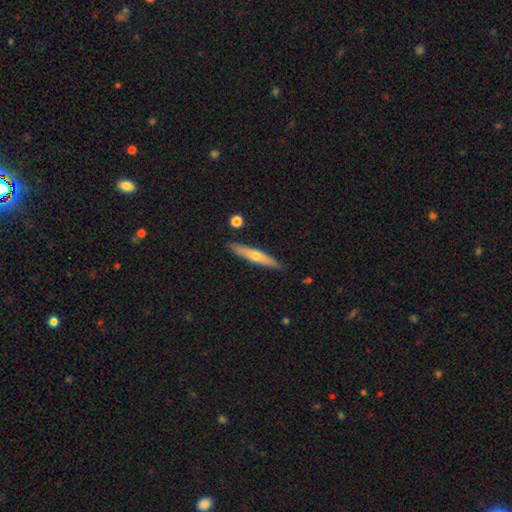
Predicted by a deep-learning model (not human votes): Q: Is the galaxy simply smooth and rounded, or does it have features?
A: featured or disk — 50%.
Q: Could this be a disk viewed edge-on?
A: yes — 93%.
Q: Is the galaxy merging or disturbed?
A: none — 88%.